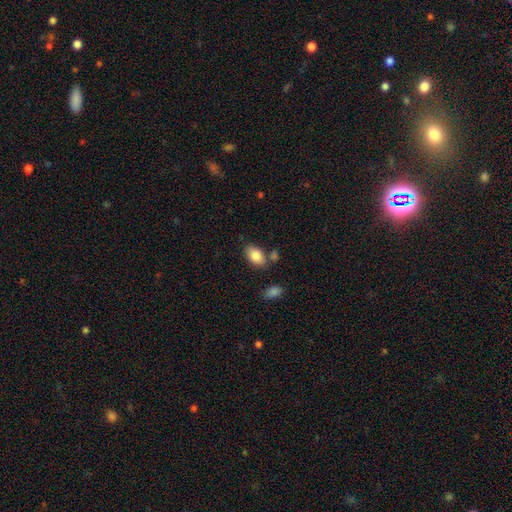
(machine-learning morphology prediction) Overall: smooth (85%). How rounded: in between (89%). Merging: none (71%).